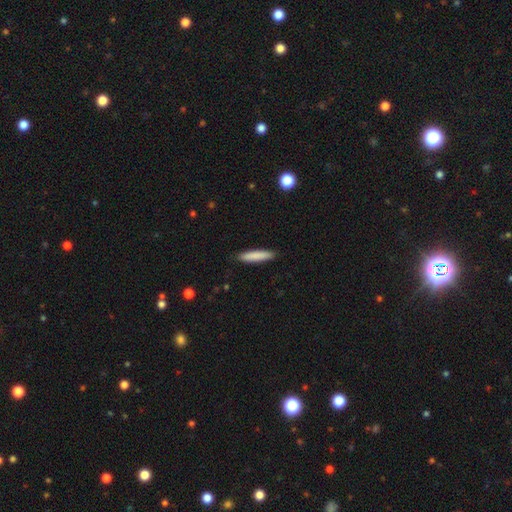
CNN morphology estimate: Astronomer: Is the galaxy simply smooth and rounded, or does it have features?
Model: smooth — 84%.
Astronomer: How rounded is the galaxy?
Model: cigar-shaped — 88%.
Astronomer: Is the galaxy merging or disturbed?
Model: none — 90%.